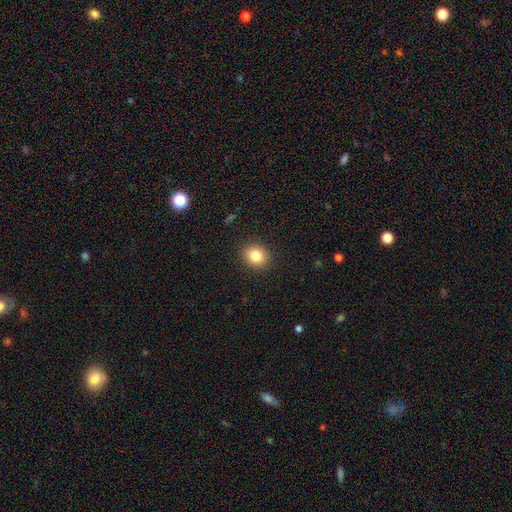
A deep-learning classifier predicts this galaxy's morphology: type=smooth (82%); roundness=round (75%); merging=none (91%).